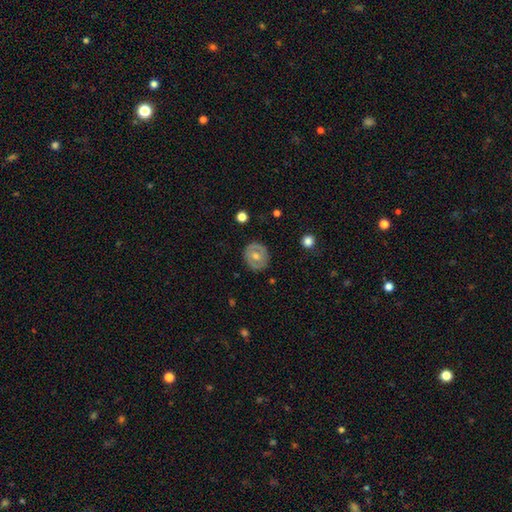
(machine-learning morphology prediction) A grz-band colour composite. It shows a smooth galaxy with no disk features (47%). Merging: none (82%).